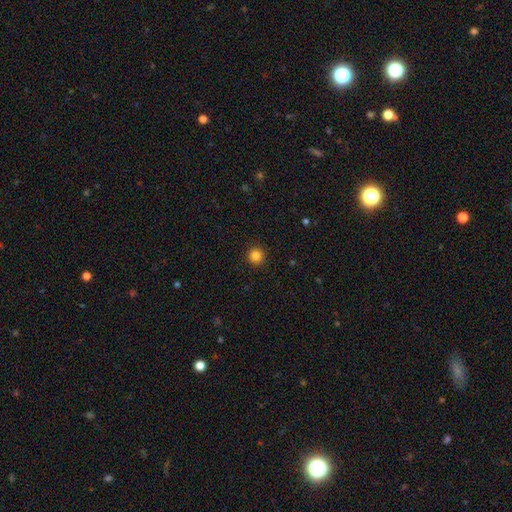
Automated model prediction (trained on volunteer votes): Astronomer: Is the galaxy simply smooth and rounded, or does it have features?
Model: smooth — 84%.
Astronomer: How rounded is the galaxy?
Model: round — 95%.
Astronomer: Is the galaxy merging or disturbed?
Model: none — 93%.